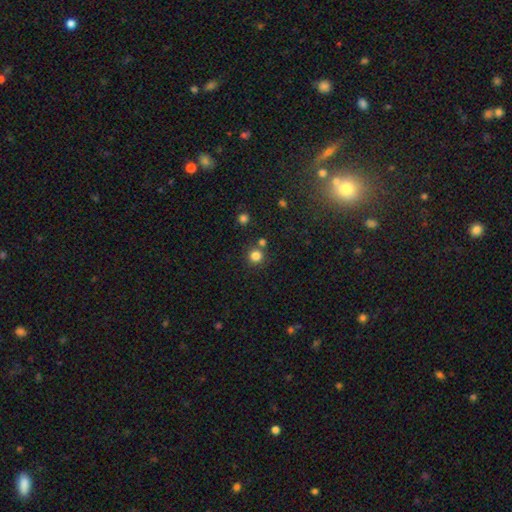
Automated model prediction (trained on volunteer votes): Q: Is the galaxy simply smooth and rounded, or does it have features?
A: smooth — 81%.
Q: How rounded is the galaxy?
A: round — 94%.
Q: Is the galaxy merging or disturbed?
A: none — 77%.